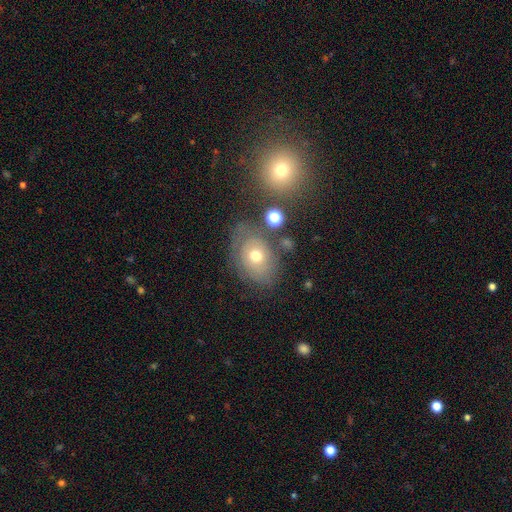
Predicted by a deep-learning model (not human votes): Smooth or featured? smooth (53%)
How rounded? in between (68%)
Merging? none (58%)